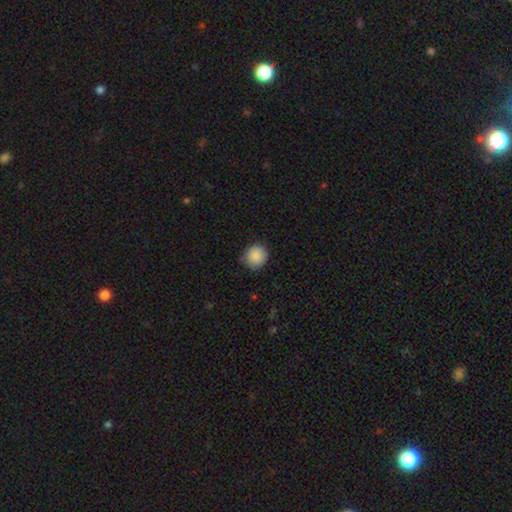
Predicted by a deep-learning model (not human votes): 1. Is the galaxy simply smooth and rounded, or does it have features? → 88% smooth, 8% star or artifact, 4% featured or disk.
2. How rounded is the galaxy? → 89% round, 10% in between, 1% cigar-shaped.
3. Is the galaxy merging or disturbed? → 80% none, 16% minor disturbance, 3% major disturbance, 1% merger.